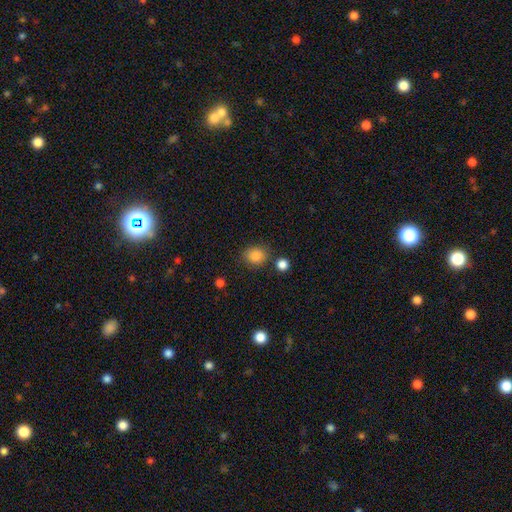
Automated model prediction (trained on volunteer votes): Q: Smooth or featured?
A: smooth (86%); runner-up: star or artifact (11%)
Q: How rounded?
A: round (68%); runner-up: in between (31%)
Q: Merging?
A: none (78%); runner-up: minor disturbance (12%)